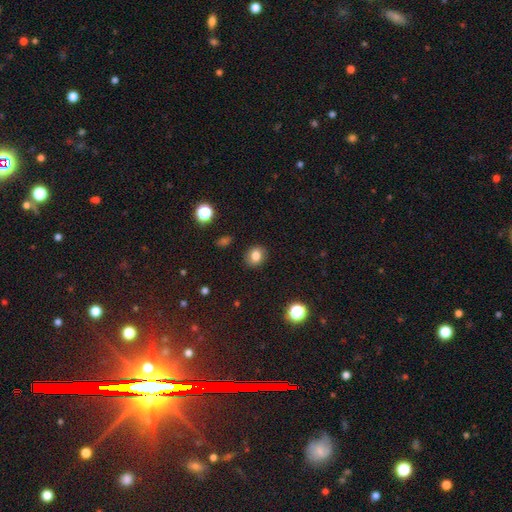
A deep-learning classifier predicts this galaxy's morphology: A smooth galaxy with no disk features (80%) that is round (67%).

Vote fractions:
- Smooth or featured? smooth: 80% / star or artifact: 12% / featured or disk: 9%
- How rounded? round: 67% / in between: 32% / cigar-shaped: 1%
- Merging? none: 87% / minor disturbance: 9% / major disturbance: 3% / merger: 1%